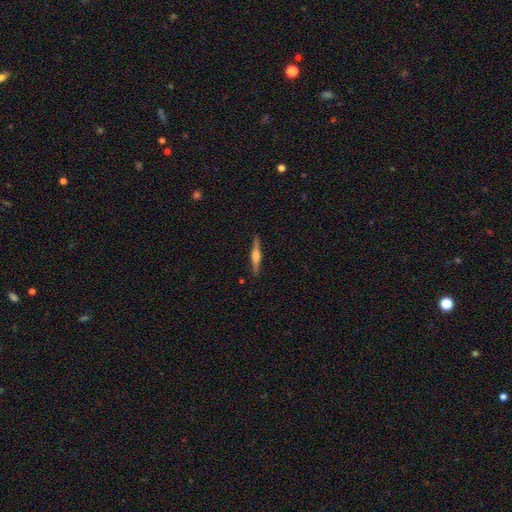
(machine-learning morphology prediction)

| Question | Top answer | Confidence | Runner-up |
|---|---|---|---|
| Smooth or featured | featured or disk | 74% | smooth (20%) |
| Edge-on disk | yes | 98% | no (2%) |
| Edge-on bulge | rounded | 80% | boxy (17%) |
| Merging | none | 91% | minor disturbance (7%) |